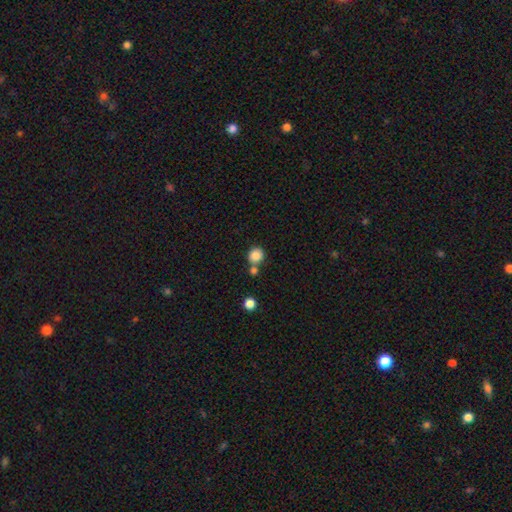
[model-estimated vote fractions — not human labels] Smooth or featured?
  - smooth: 85% *
  - star or artifact: 10%
  - featured or disk: 5%
How rounded?
  - round: 88% *
  - in between: 11%
  - cigar-shaped: 1%
Merging?
  - none: 61% *
  - merger: 26%
  - minor disturbance: 10%
  - major disturbance: 3%